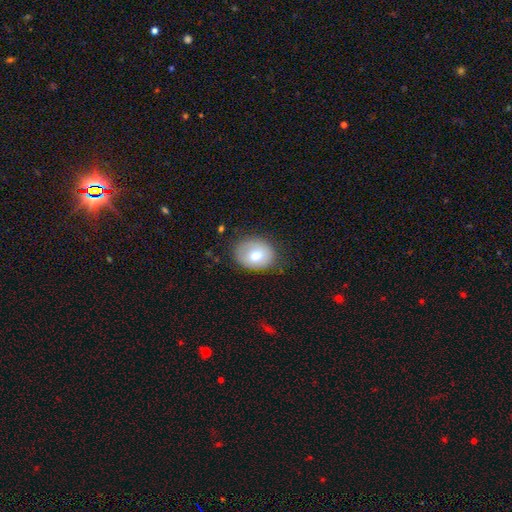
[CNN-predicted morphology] Smooth or featured? Predicted: smooth (p=0.68). How rounded? Predicted: round (p=0.53). Merging? Predicted: none (p=0.77).